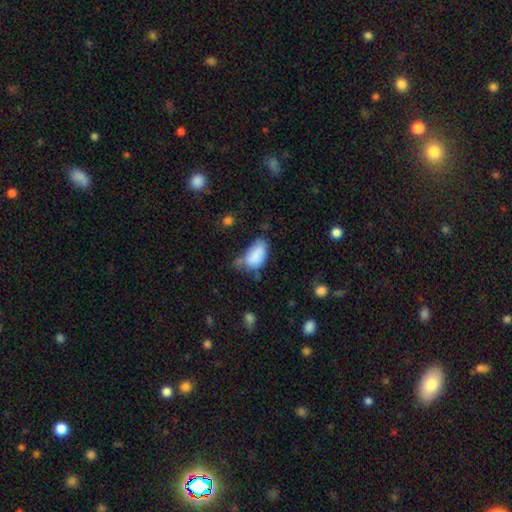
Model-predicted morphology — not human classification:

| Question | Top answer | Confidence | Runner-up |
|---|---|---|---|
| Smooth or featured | smooth | 79% | featured or disk (12%) |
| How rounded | in between | 92% | round (6%) |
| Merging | minor disturbance | 39% | none (27%) |